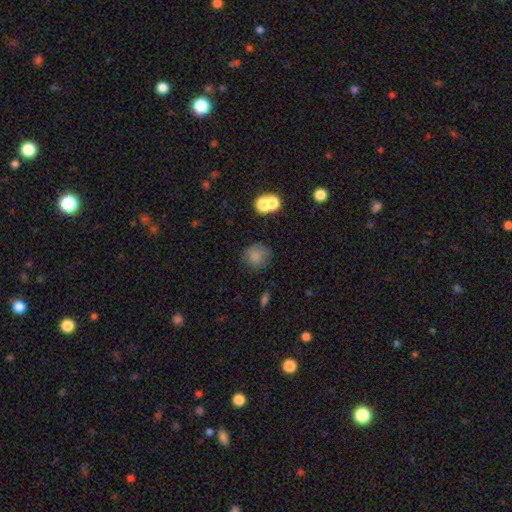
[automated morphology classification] Smooth or featured? smooth (79%)
How rounded? round (89%)
Merging? none (73%)